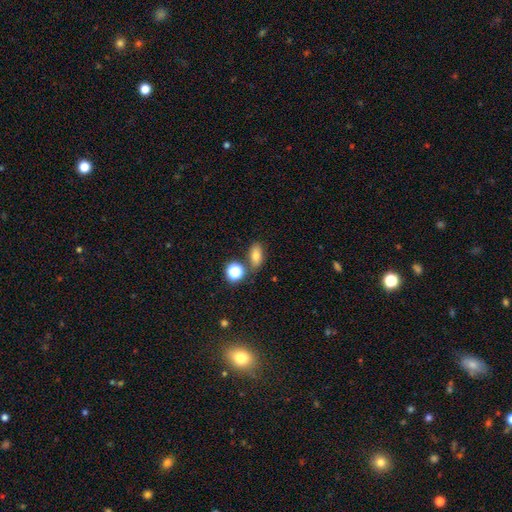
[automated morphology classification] The model was most divided on "merging": none: 73%, minor disturbance: 12%, merger: 11%, major disturbance: 4%. More confident: how rounded — in between (80%); smooth or featured — smooth (75%).